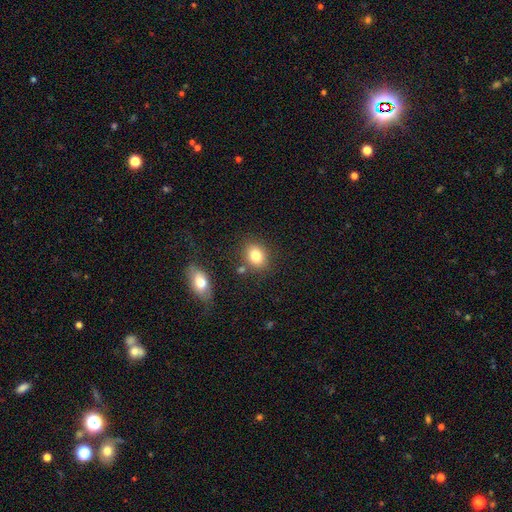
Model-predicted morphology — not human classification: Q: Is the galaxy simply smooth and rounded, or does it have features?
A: smooth — 82%.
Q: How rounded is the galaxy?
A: in between — 57%.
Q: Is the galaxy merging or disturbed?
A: none — 76%.